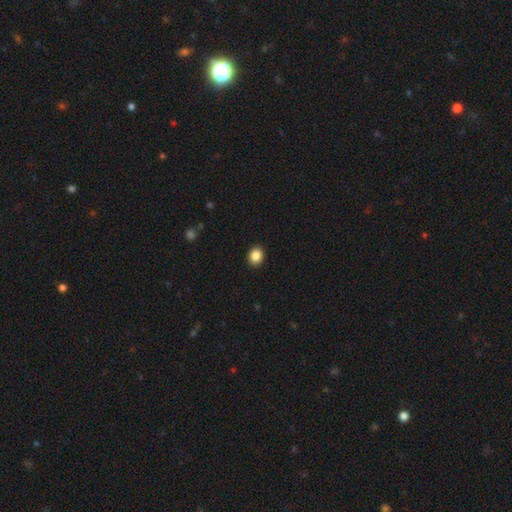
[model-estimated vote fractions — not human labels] Overall: smooth (87%). How rounded: round (61%; in between 38%). Merging: none (91%).